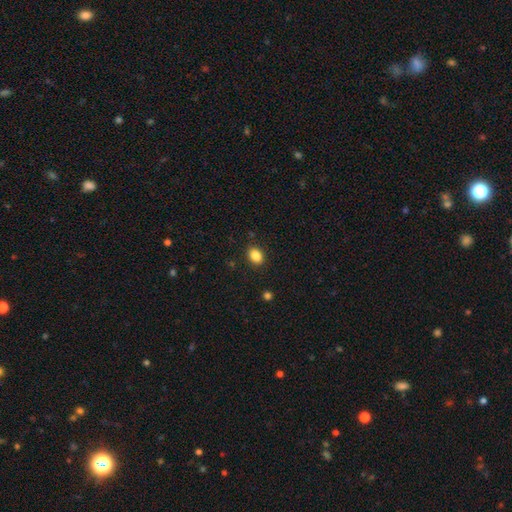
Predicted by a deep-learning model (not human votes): Morphology: type=smooth (86%); roundness=in between (75%); merging=none (88%).